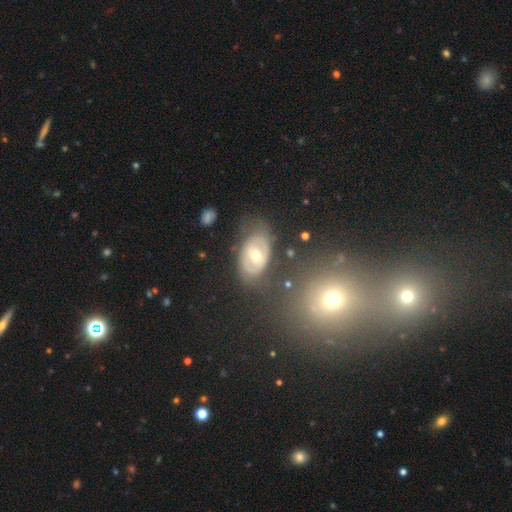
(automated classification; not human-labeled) featured or disk 63%, smooth 30%, star or artifact 7%. Down the decision tree: edge-on disk — no (94%); bar — no (54%); spiral arms — no (52%); bulge size — moderate (71%); merging — none (67%).